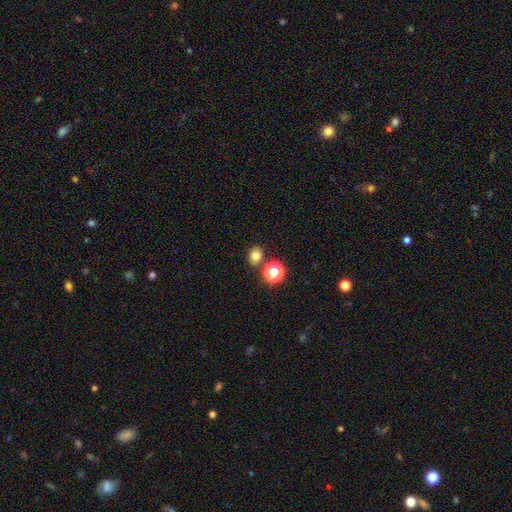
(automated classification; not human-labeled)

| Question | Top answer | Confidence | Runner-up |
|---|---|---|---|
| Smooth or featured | smooth | 78% | star or artifact (17%) |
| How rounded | round | 71% | in between (29%) |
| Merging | none | 79% | merger (10%) |